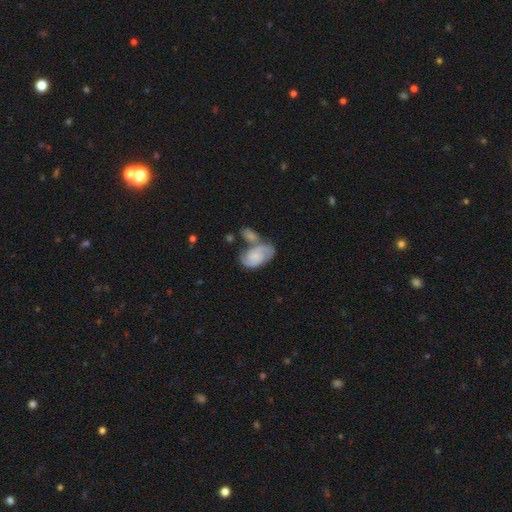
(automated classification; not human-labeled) This is likely a featured or disk galaxy (64%). It is clearly not viewed edge-on (97%). Bar: likely no (71%). Spiral arm pattern: clearly yes (91%). Spiral arm count: likely 2 (78%). Spiral winding: marginally medium (43%). Central bulge: possibly small (57%). Merging: marginally merger (38%).